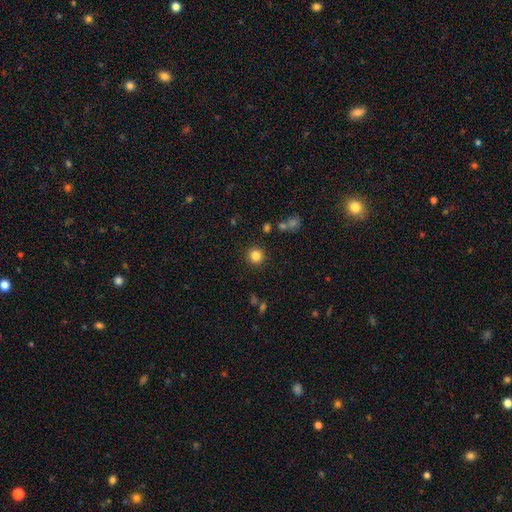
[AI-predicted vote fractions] The model was most divided on "smooth or featured": smooth: 84%, star or artifact: 11%, featured or disk: 5%. More confident: how rounded — round (93%); merging — none (89%).